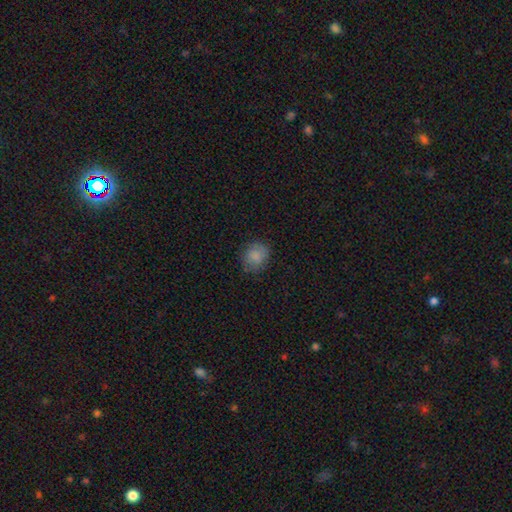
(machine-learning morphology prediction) smooth 84%, star or artifact 9%, featured or disk 7%. Down the decision tree: how rounded — round (66%); merging — none (80%).